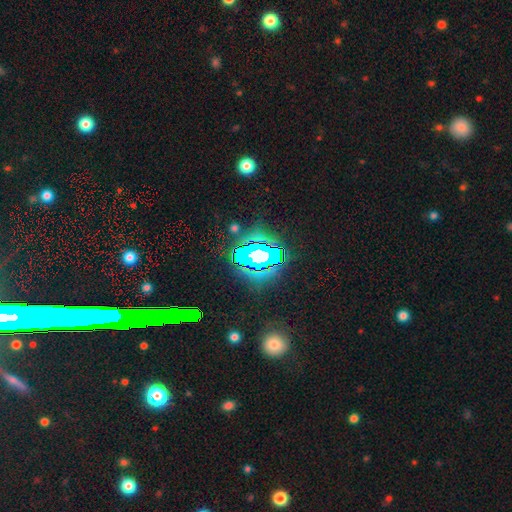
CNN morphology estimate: smooth_or_featured: star or artifact (p=0.73) [alt: featured or disk p=0.14]